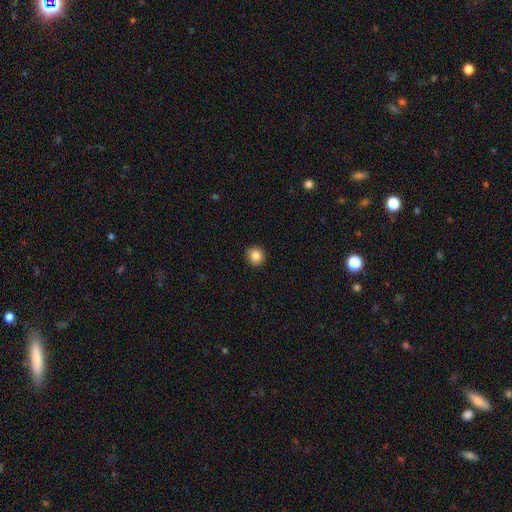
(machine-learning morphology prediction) smooth_or_featured: smooth (p=0.85) [alt: star or artifact p=0.10]
how_rounded: round (p=0.93) [alt: in between p=0.07]
merging: none (p=0.92) [alt: minor disturbance p=0.06]